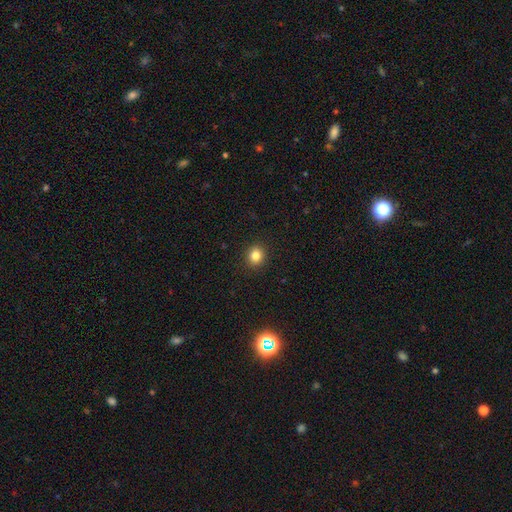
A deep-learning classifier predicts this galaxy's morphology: Smooth or featured? smooth (83%)
How rounded? round (80%)
Merging? none (91%)